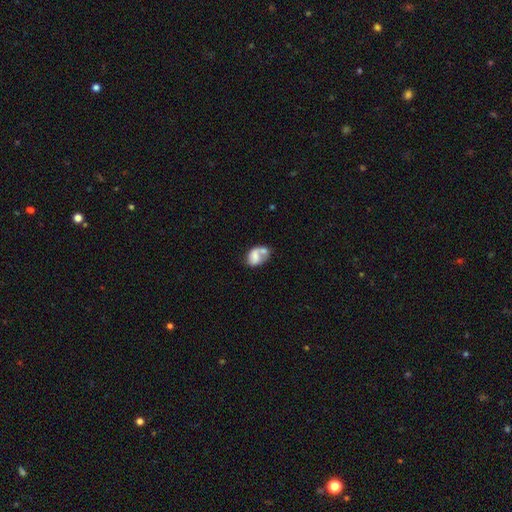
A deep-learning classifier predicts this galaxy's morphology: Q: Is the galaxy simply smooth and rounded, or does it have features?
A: smooth — 56%.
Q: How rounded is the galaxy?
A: in between — 76%.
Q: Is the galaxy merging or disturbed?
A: merger — 47%.